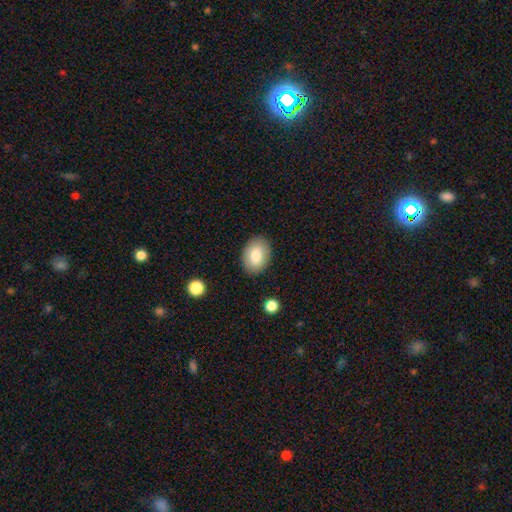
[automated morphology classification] This appears to be a smooth galaxy with no disk features (82%) that is in between round and cigar-shaped (82%). Merging: none (87%).